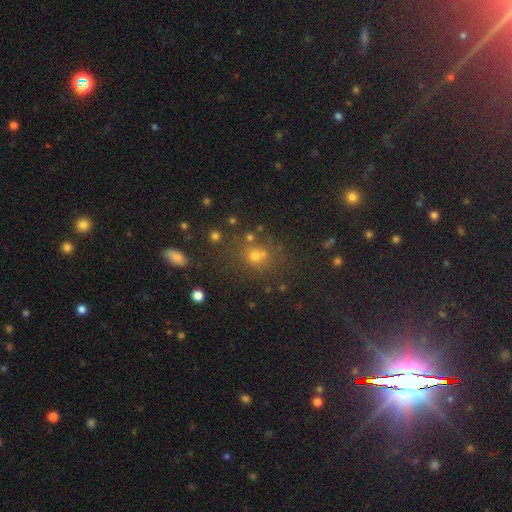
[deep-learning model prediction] Smooth or featured?
  - smooth: 59% *
  - star or artifact: 29%
  - featured or disk: 12%
How rounded?
  - round: 74% *
  - in between: 24%
  - cigar-shaped: 1%
Merging?
  - none: 62% *
  - merger: 20%
  - minor disturbance: 12%
  - major disturbance: 6%